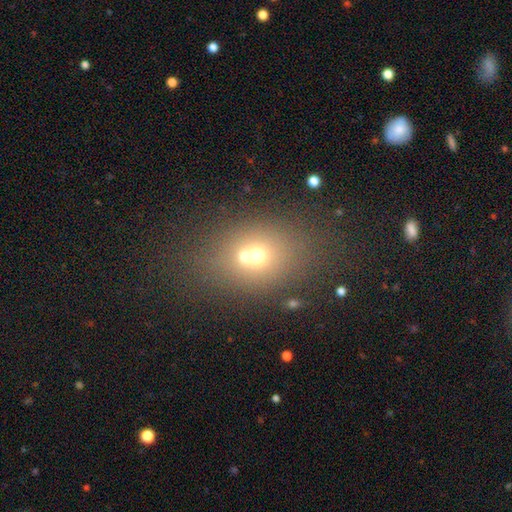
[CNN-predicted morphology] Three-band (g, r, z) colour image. It shows a smooth galaxy with no disk features (58%) that is in between round and cigar-shaped (53%). Merging: merger (47%).